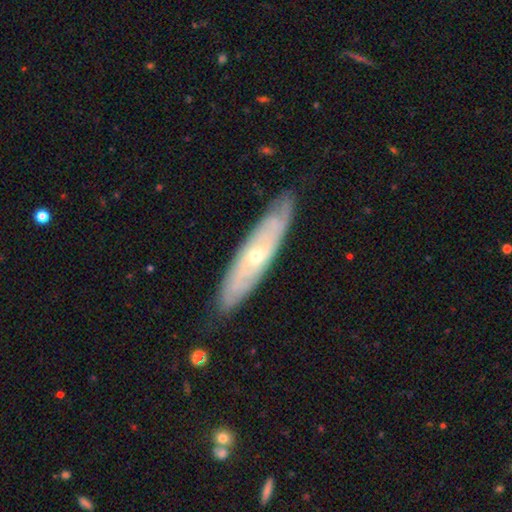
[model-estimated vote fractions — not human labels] This is likely a featured or disk galaxy (74%). It is possibly not viewed edge-on (59%). Merging: clearly none (83%).